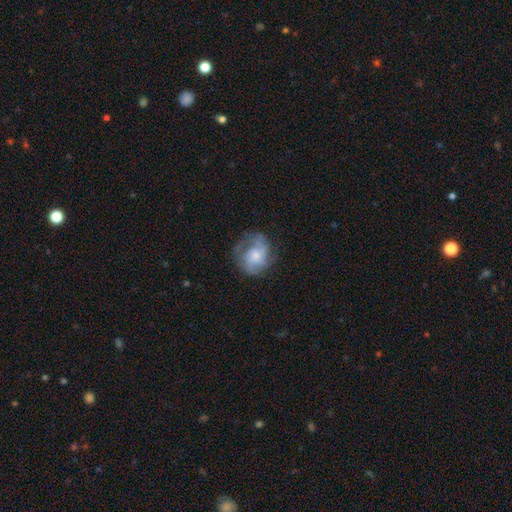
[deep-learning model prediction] featured or disk 58%, smooth 35%, star or artifact 8%. Down the decision tree: edge-on disk — no (98%); bar — no (74%); spiral arms — yes (80%); bulge size — small (47%); merging — none (55%).